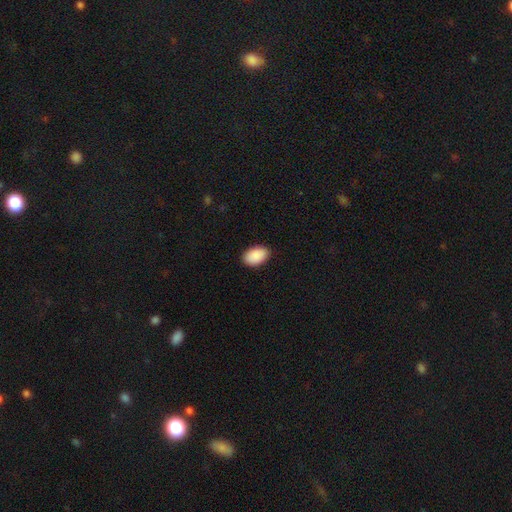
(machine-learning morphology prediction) The model was most divided on "merging": none: 89%, minor disturbance: 8%, major disturbance: 2%, merger: 1%. More confident: how rounded — in between (93%); smooth or featured — smooth (91%).